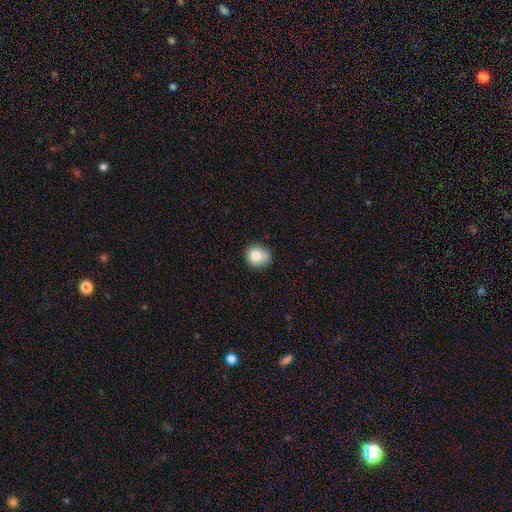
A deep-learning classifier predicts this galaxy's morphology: smooth-or-featured: smooth: 80% | star or artifact: 10% | featured or disk: 9%
  how-rounded: round: 78% | in between: 21% | cigar-shaped: 1%
  merging: none: 70% | minor disturbance: 23% | major disturbance: 4% | merger: 3%